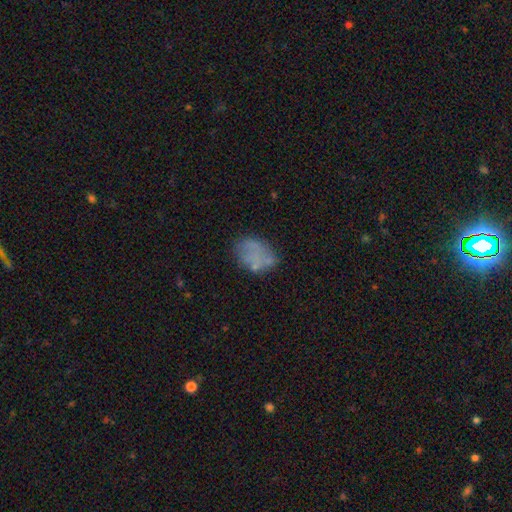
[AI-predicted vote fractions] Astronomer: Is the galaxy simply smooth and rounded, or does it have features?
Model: smooth — 55% (runner-up: featured or disk, 33%).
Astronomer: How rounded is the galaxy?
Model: in between — 76%.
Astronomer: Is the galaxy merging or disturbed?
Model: none — 53%.